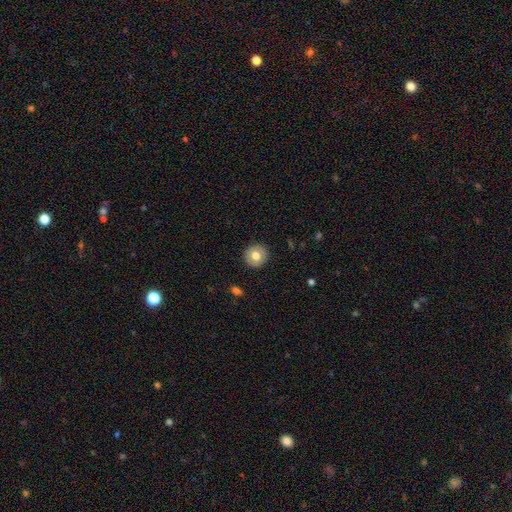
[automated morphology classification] The model was most divided on "smooth or featured": smooth: 74%, featured or disk: 18%, star or artifact: 8%. More confident: how rounded — round (93%); merging — none (91%).